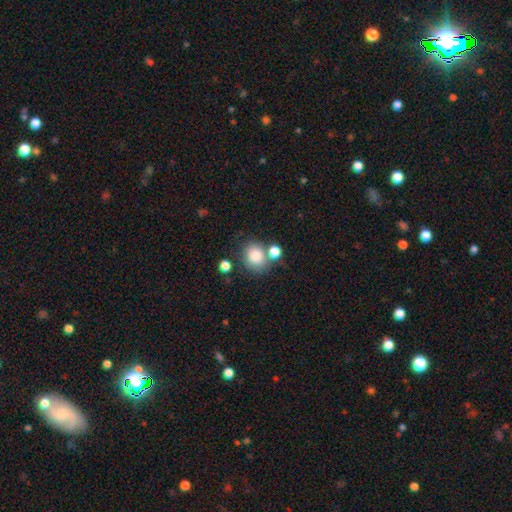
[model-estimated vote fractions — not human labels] Q: Smooth or featured?
A: smooth (82%); runner-up: star or artifact (10%)
Q: How rounded?
A: round (76%); runner-up: in between (23%)
Q: Merging?
A: none (61%); runner-up: merger (21%)